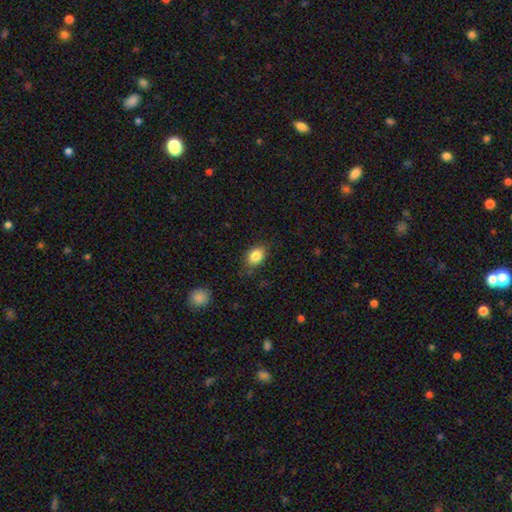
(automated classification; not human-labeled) Smooth or featured: smooth — 85% (star or artifact — 9%)
How rounded: in between — 70% (round — 28%)
Merging: none — 75% (minor disturbance — 19%)